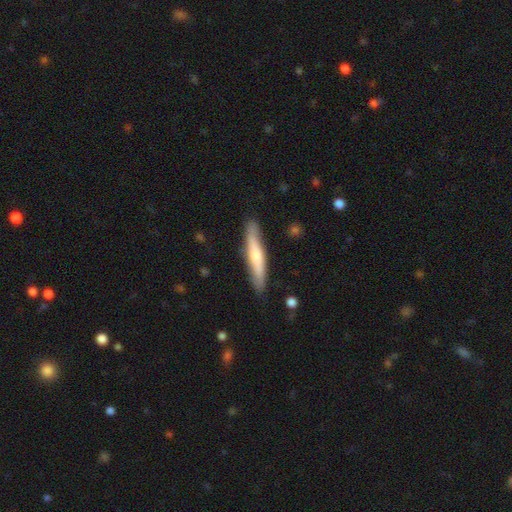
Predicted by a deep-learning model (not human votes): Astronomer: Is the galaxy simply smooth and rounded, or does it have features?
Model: smooth — 55% (runner-up: featured or disk, 40%).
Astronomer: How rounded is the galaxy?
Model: cigar-shaped — 91%.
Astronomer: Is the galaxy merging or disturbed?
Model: none — 86%.